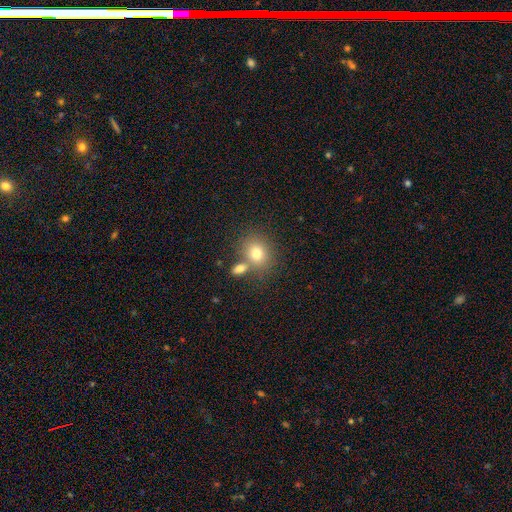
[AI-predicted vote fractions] This appears to be a smooth galaxy with no disk features (72%) that is round (74%). Merging: none (66%).